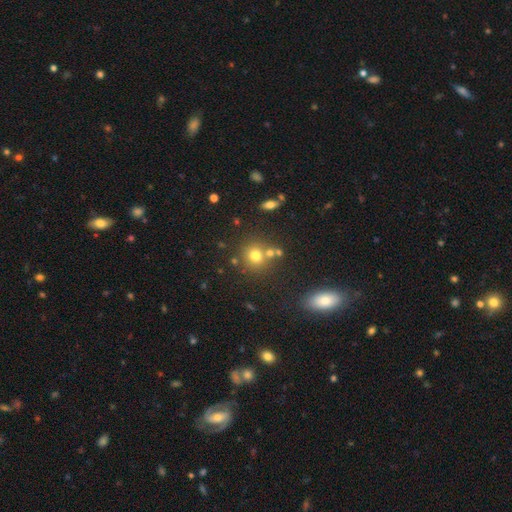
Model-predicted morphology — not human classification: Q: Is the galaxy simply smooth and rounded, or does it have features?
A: smooth — 73%.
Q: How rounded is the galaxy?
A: round — 86%.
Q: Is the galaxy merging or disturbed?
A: none — 69%.